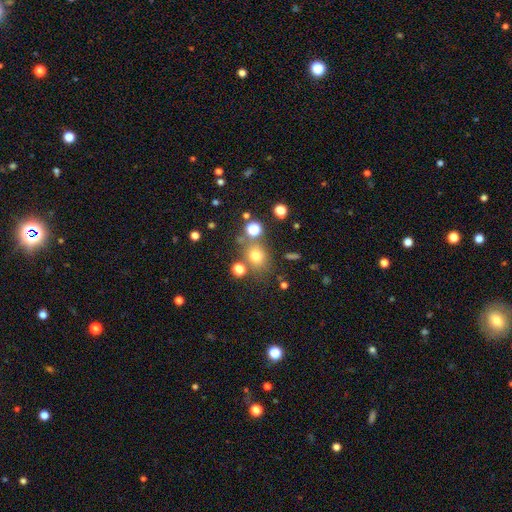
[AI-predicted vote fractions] smooth-or-featured: smooth: 70% | star or artifact: 19% | featured or disk: 10%
  how-rounded: round: 70% | in between: 29% | cigar-shaped: 1%
  merging: none: 71% | minor disturbance: 12% | merger: 12% | major disturbance: 6%